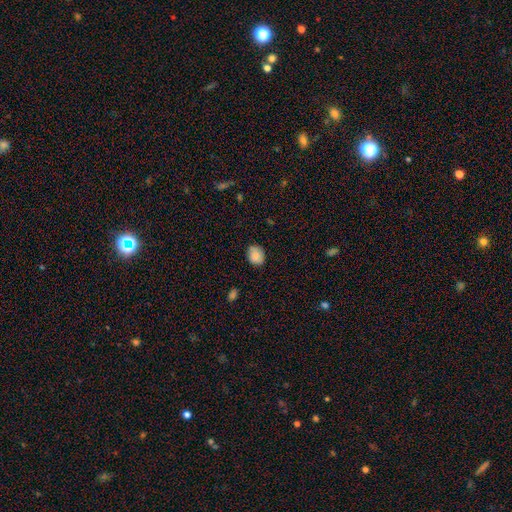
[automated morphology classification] Smooth or featured: smooth — 82% (featured or disk — 10%)
How rounded: round — 60% (in between — 39%)
Merging: none — 79% (minor disturbance — 17%)